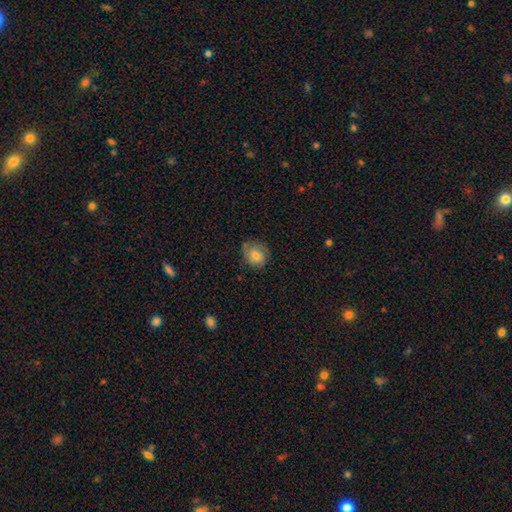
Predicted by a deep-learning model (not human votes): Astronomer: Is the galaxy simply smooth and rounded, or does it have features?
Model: smooth — 65%.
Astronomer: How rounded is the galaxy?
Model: round — 67%.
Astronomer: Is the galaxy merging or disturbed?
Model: none — 64%.